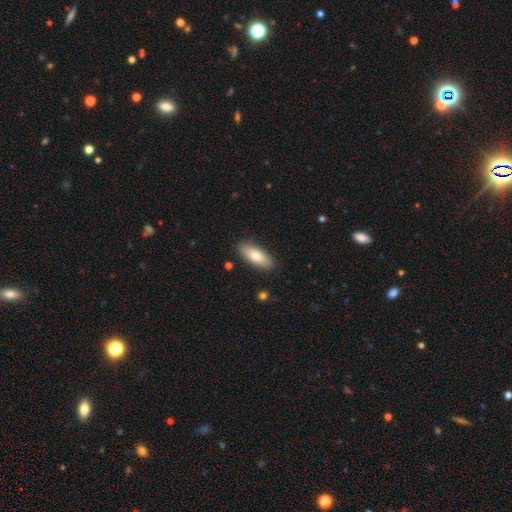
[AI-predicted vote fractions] smooth_or_featured: smooth (p=0.79) [alt: featured or disk p=0.15]
how_rounded: in between (p=0.75) [alt: cigar-shaped p=0.23]
merging: none (p=0.87) [alt: minor disturbance p=0.10]